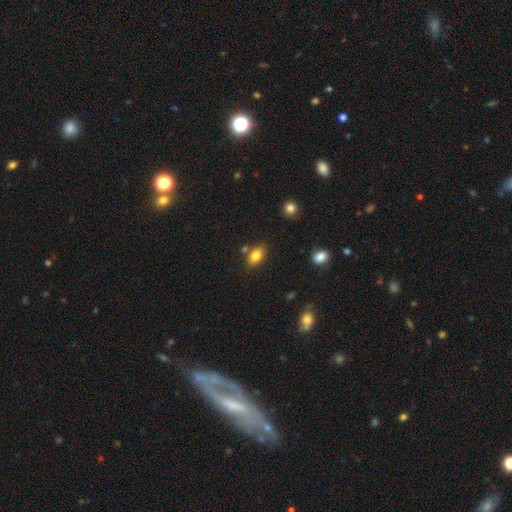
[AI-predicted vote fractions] Smooth or featured: smooth — 82% (star or artifact — 9%)
How rounded: in between — 86% (round — 11%)
Merging: none — 75% (minor disturbance — 13%)